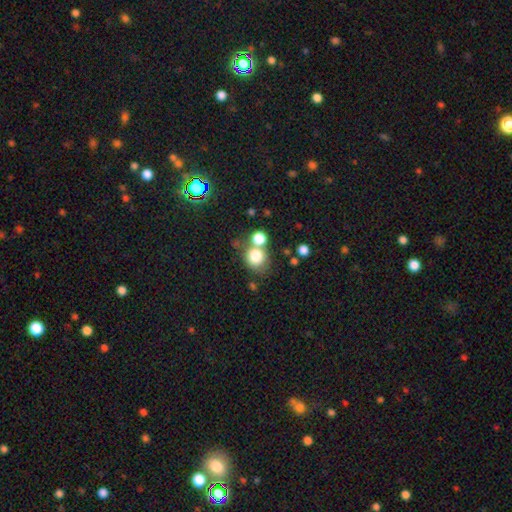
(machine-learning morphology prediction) Overall: smooth (79%). How rounded: round (80%). Merging: none (52%; merger 32%).